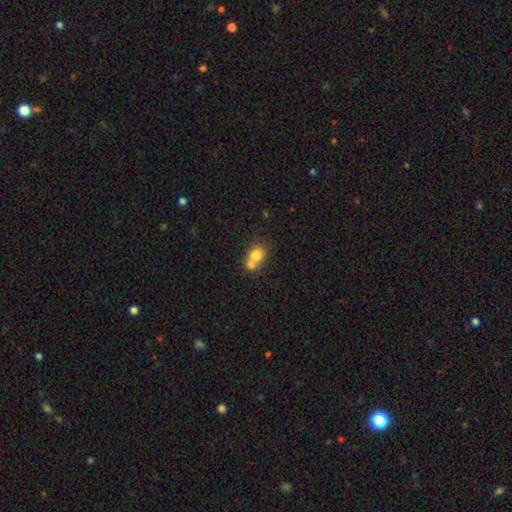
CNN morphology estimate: Q: Smooth or featured?
A: smooth (74%); runner-up: featured or disk (16%)
Q: How rounded?
A: round (61%); runner-up: in between (38%)
Q: Merging?
A: merger (60%); runner-up: none (29%)